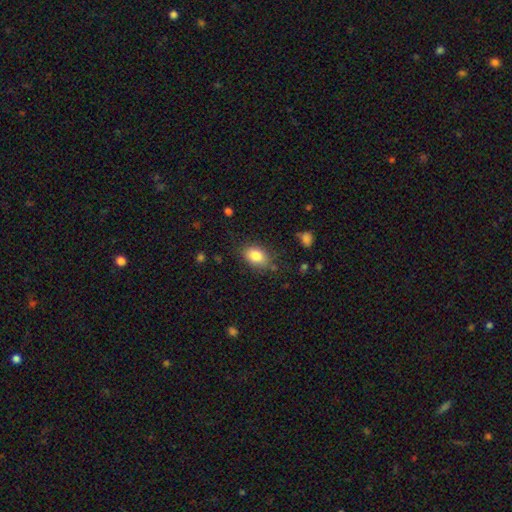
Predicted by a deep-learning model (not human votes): This is clearly a smooth galaxy (84%). How rounded: clearly in between (83%). Merging: likely none (78%).